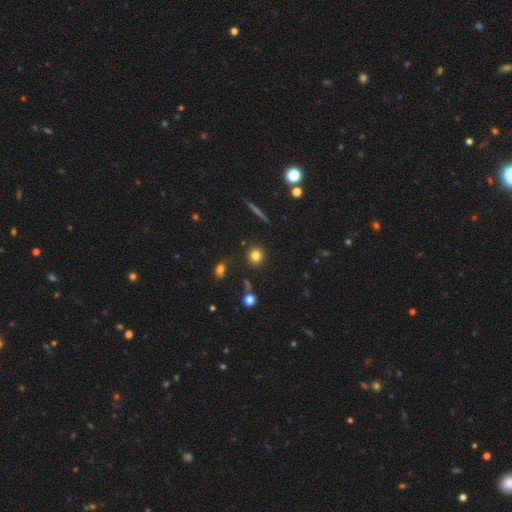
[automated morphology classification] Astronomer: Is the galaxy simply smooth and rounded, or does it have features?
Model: smooth — 80%.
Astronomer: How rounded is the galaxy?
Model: round — 89%.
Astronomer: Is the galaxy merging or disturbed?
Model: none — 88%.